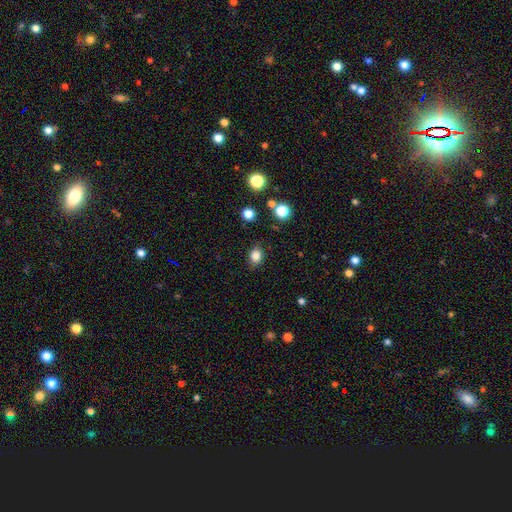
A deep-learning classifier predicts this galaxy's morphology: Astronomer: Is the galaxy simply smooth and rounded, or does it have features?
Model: smooth — 83%.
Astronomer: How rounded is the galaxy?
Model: in between — 51% (runner-up: round, 48%).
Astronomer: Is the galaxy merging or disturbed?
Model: none — 83%.